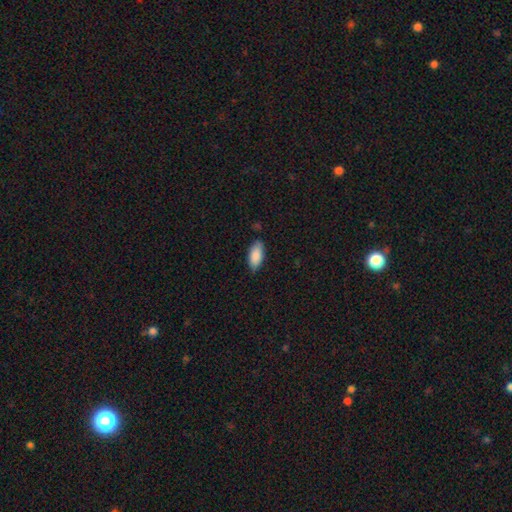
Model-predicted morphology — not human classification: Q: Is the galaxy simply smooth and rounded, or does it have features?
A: smooth — 88%.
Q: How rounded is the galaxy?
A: in between — 90%.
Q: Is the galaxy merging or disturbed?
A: none — 79%.